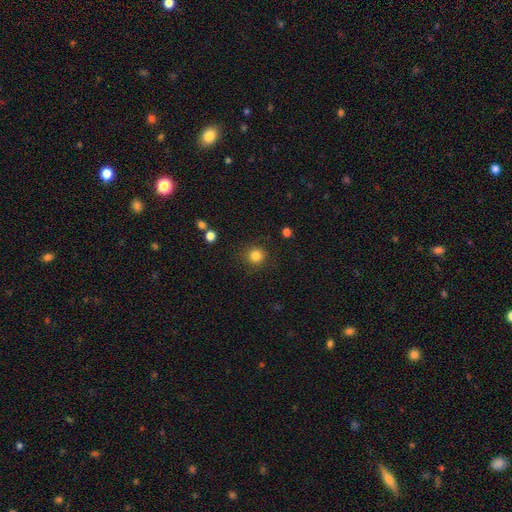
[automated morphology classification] type=smooth (83%); roundness=round (93%); merging=none (88%).